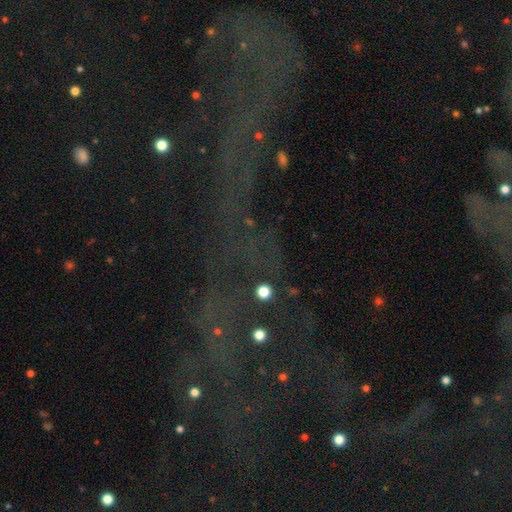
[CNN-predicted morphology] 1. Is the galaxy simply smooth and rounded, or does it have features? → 72% star or artifact, 16% featured or disk, 13% smooth.